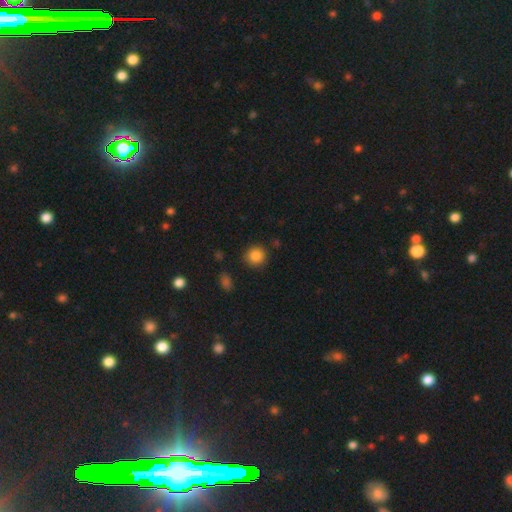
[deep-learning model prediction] Smooth or featured? Predicted: smooth (p=0.85). How rounded? Predicted: round (p=0.91). Merging? Predicted: none (p=0.86).